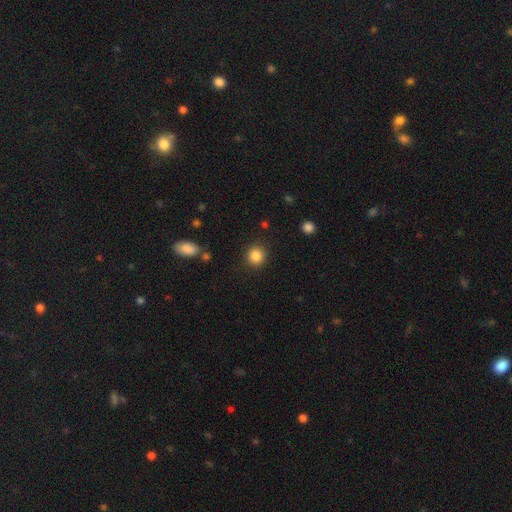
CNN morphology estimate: Smooth or featured?
  - smooth: 86% *
  - star or artifact: 10%
  - featured or disk: 4%
How rounded?
  - round: 92% *
  - in between: 7%
  - cigar-shaped: 1%
Merging?
  - none: 90% *
  - minor disturbance: 6%
  - major disturbance: 3%
  - merger: 1%